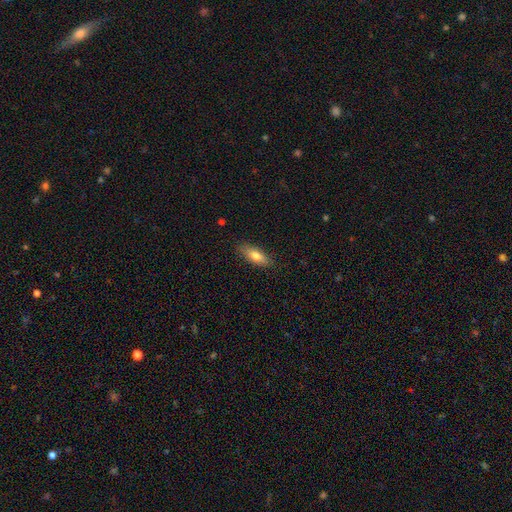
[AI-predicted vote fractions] This appears to be a smooth galaxy with no disk features (78%) that is in between round and cigar-shaped (69%). Merging: none (85%).